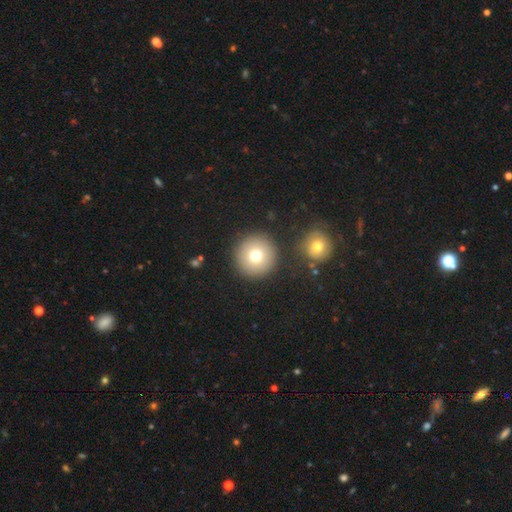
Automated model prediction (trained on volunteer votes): A smooth galaxy with no disk features (75%) that is round (96%).

Vote fractions:
- Smooth or featured? smooth: 75% / featured or disk: 13% / star or artifact: 12%
- How rounded? round: 96% / in between: 3% / cigar-shaped: 1%
- Merging? none: 87% / minor disturbance: 6% / merger: 5% / major disturbance: 2%